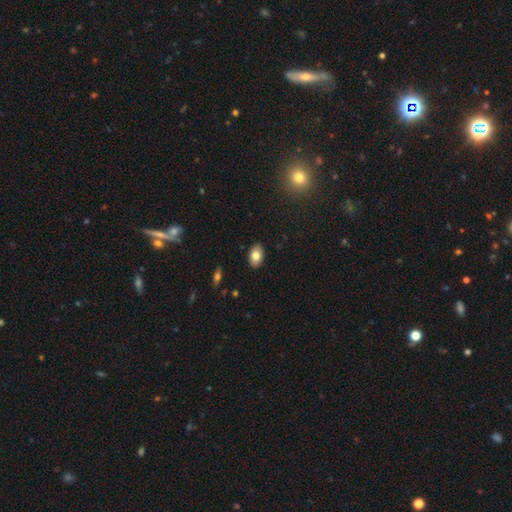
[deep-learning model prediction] Smooth or featured? smooth (79%)
How rounded? in between (90%)
Merging? none (89%)